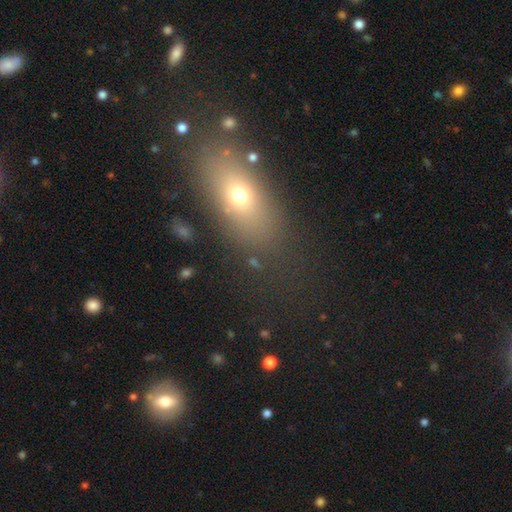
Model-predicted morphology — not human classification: Smooth or featured?
  - smooth: 60% *
  - star or artifact: 21%
  - featured or disk: 19%
How rounded?
  - in between: 68% *
  - round: 16%
  - cigar-shaped: 16%
Merging?
  - none: 78% *
  - minor disturbance: 11%
  - major disturbance: 7%
  - merger: 4%